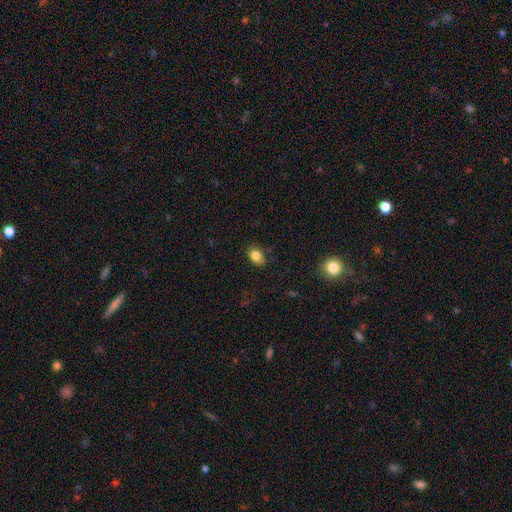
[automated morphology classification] smooth 83%, star or artifact 9%, featured or disk 7%. Down the decision tree: how rounded — in between (75%); merging — none (79%).